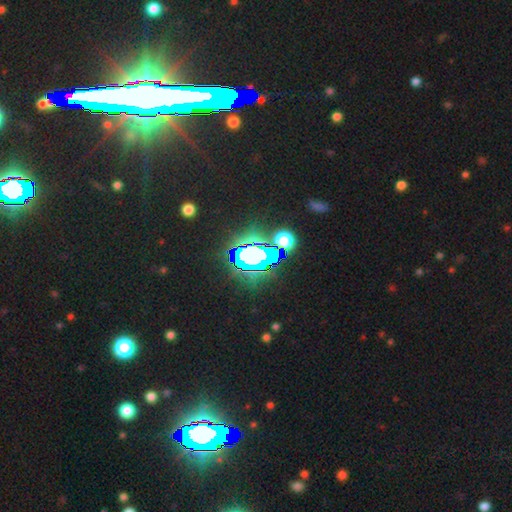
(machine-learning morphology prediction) The model was most divided on "smooth or featured": star or artifact: 71%, smooth: 17%, featured or disk: 12%.